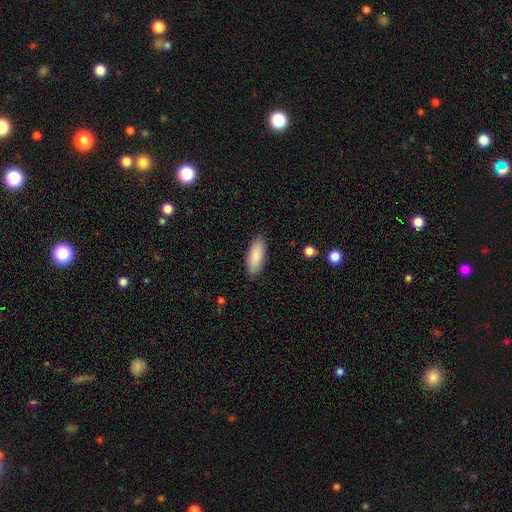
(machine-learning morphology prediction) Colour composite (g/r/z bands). It shows a smooth galaxy with no disk features (88%) that is in between round and cigar-shaped (72%). Merging: none (87%).